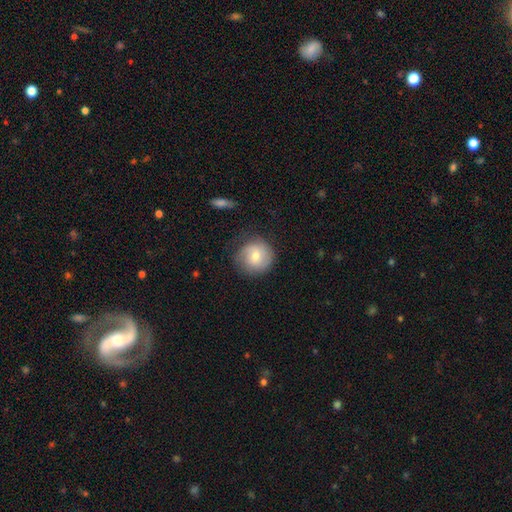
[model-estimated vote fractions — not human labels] smooth 69%, featured or disk 24%, star or artifact 7%. Down the decision tree: how rounded — round (91%); merging — none (71%).